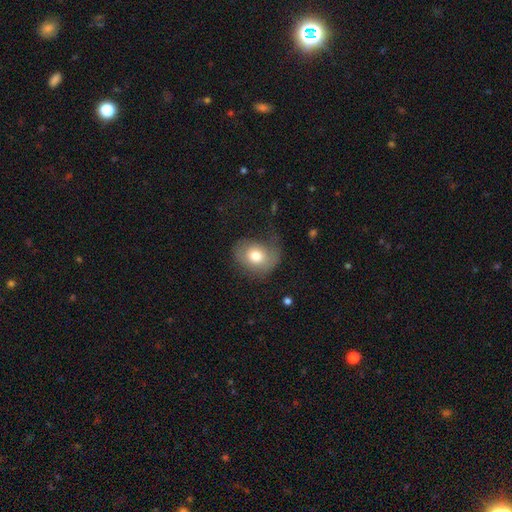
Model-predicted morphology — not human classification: type=smooth (68%); roundness=round (57%); merging=none (47%).